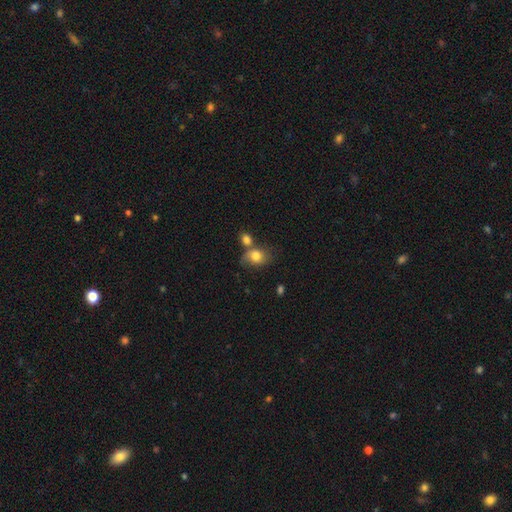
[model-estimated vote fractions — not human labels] Morphology: type=smooth (75%); roundness=in between (58%); merging=none (39%).